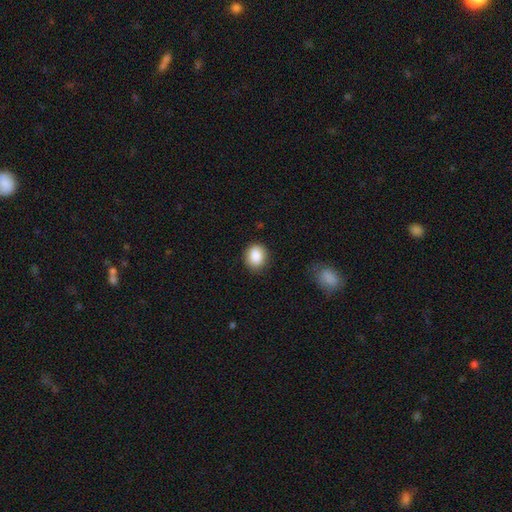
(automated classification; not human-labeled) Smooth or featured: smooth — 87% (star or artifact — 8%)
How rounded: round — 61% (in between — 38%)
Merging: none — 85% (minor disturbance — 11%)